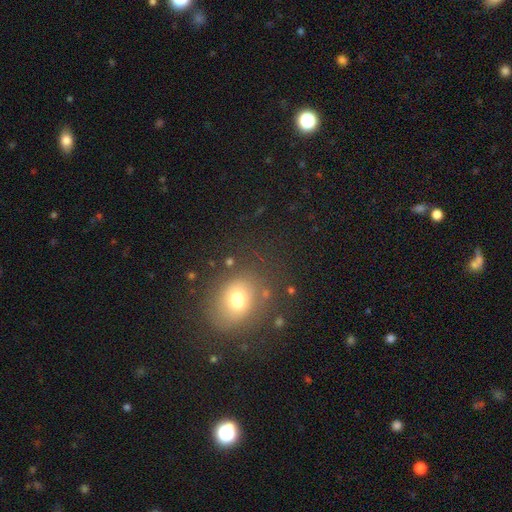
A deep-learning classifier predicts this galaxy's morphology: smooth_or_featured: smooth (p=0.64) [alt: star or artifact p=0.22]
how_rounded: round (p=0.63) [alt: in between p=0.36]
merging: none (p=0.82) [alt: minor disturbance p=0.11]